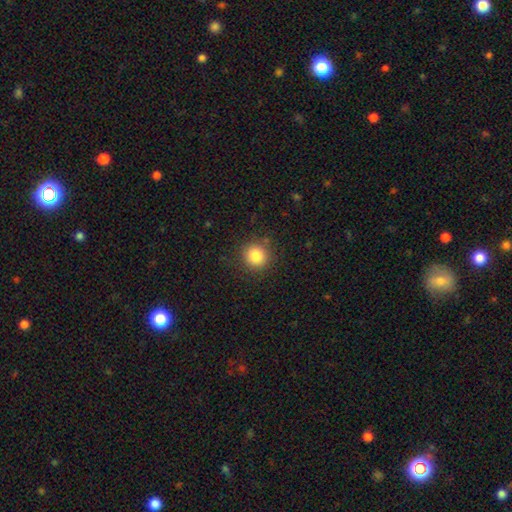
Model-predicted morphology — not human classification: This is clearly a smooth galaxy (83%). How rounded: clearly round (92%). Merging: clearly none (88%).